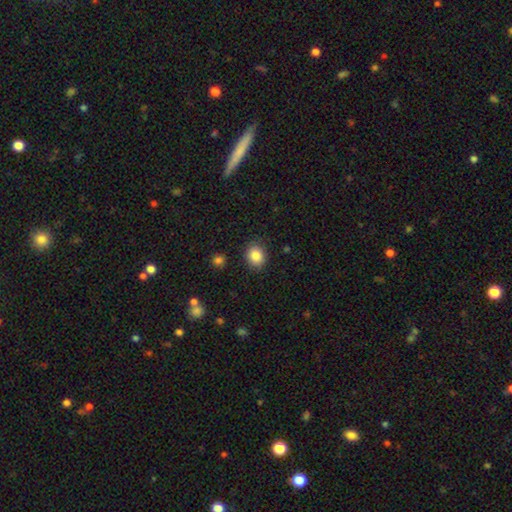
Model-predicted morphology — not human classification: smooth_or_featured: smooth (p=0.86) [alt: star or artifact p=0.09]
how_rounded: round (p=0.59) [alt: in between p=0.40]
merging: none (p=0.86) [alt: minor disturbance p=0.09]